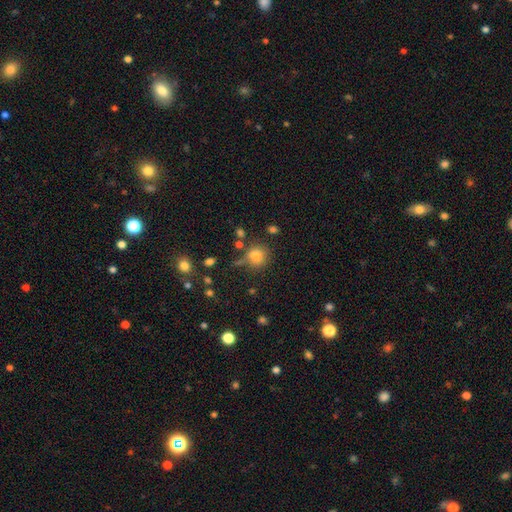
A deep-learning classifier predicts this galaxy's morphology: This appears to be a smooth galaxy with no disk features (79%) that is round (85%). Merging: none (71%).